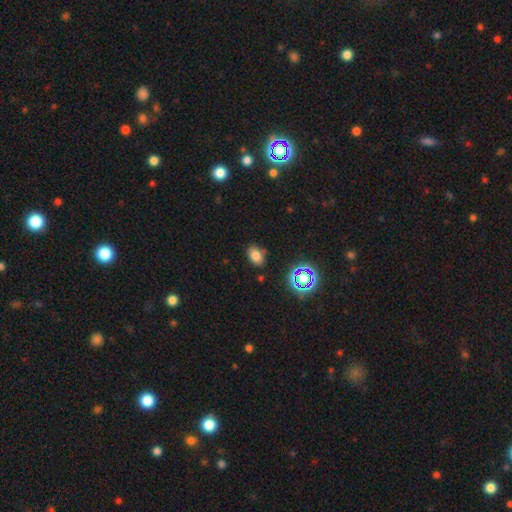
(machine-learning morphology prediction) Q: Smooth or featured?
A: smooth (74%); runner-up: star or artifact (18%)
Q: How rounded?
A: in between (78%); runner-up: round (21%)
Q: Merging?
A: none (81%); runner-up: minor disturbance (13%)